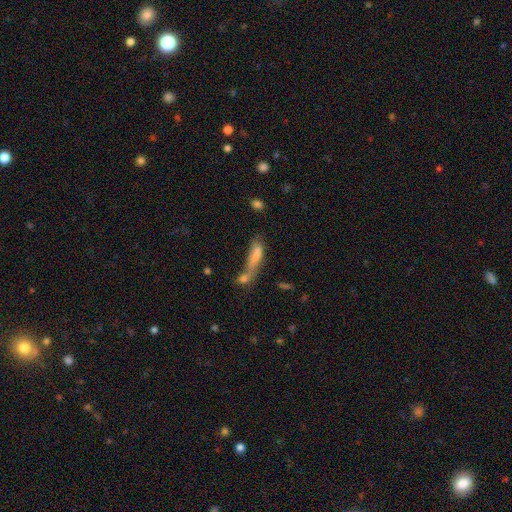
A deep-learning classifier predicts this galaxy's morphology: smooth_or_featured: smooth (p=0.71) [alt: featured or disk p=0.18]
how_rounded: cigar-shaped (p=0.51) [alt: in between p=0.46]
merging: merger (p=0.50) [alt: none p=0.20]